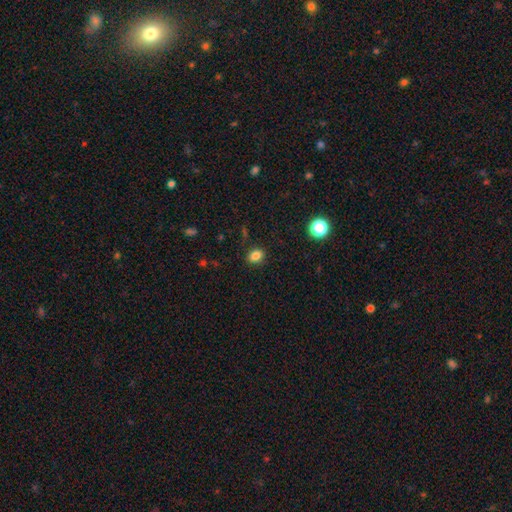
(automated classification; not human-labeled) A smooth galaxy with no disk features (83%) that is in between round and cigar-shaped (57%). Merging: none (87%).